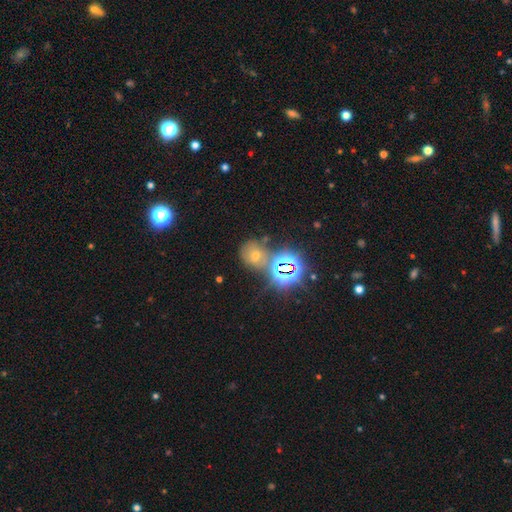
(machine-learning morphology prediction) smooth-or-featured: star or artifact: 58% | smooth: 27% | featured or disk: 14%